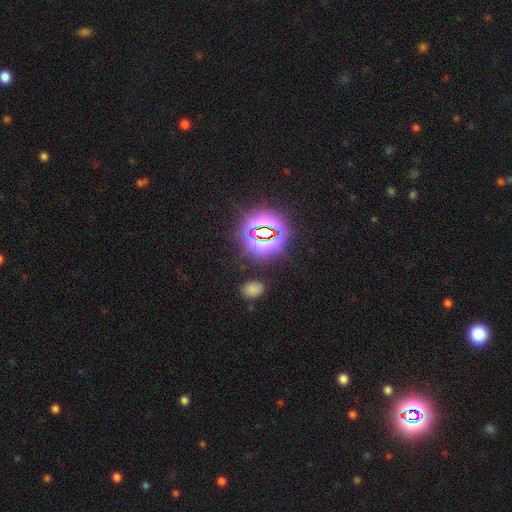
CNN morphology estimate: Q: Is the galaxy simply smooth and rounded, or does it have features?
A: star or artifact — 83%.